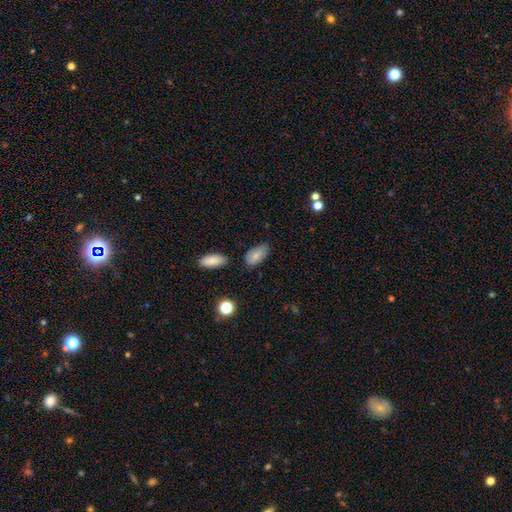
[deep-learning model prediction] smooth 78%, featured or disk 14%, star or artifact 8%. Down the decision tree: how rounded — in between (93%); merging — none (64%).